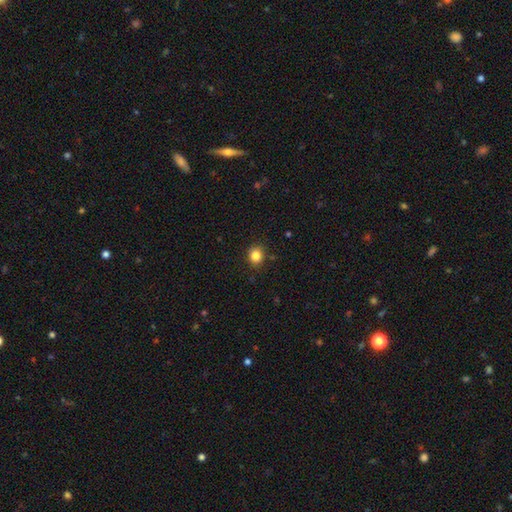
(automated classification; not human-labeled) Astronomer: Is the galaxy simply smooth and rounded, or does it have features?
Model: smooth — 83%.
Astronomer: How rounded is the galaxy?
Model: round — 77%.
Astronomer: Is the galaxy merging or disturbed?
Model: none — 88%.